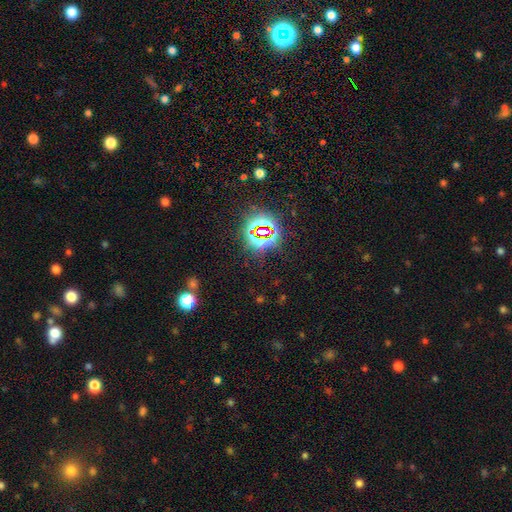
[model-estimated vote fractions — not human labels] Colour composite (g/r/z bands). It shows a star or artifact, not a galaxy (79%).